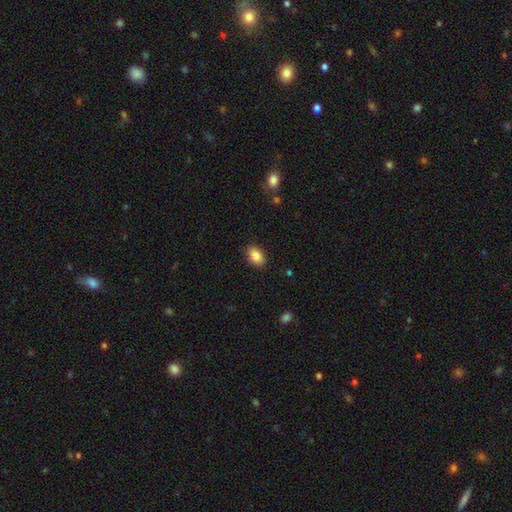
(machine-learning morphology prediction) Smooth or featured: smooth — 87% (star or artifact — 8%)
How rounded: in between — 85% (round — 14%)
Merging: none — 86% (minor disturbance — 10%)